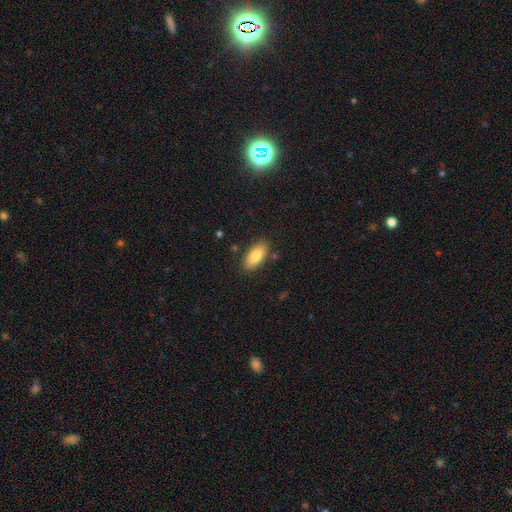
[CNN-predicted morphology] type=smooth (82%); roundness=in between (88%); merging=none (84%).